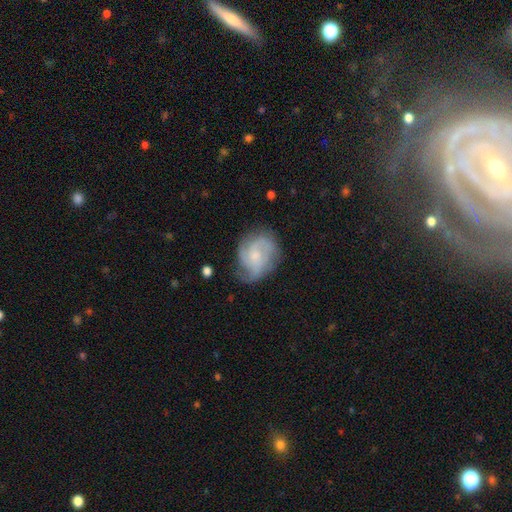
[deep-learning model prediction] Morphology: type=featured or disk (74%); edge-on=no (98%); bar=no (66%); spiral arms=yes (94%); winding=medium (47%); arm count=3 (49%); bulge=small (46%); merging=none (68%).